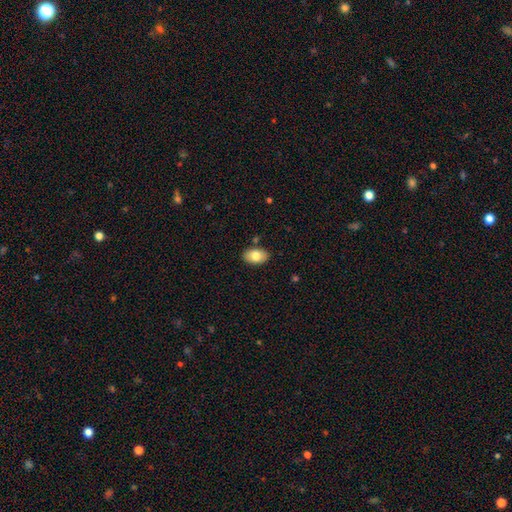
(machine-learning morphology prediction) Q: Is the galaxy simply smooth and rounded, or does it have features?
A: smooth — 78%.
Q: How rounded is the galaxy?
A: in between — 91%.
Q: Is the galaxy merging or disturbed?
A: none — 86%.